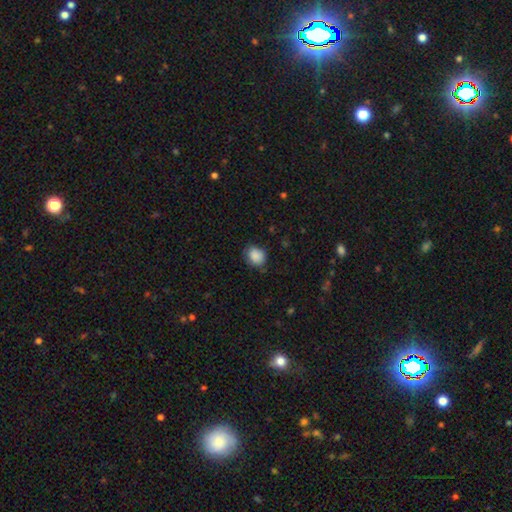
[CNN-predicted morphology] smooth 88%, star or artifact 8%, featured or disk 5%. Down the decision tree: how rounded — round (56%); merging — none (71%).